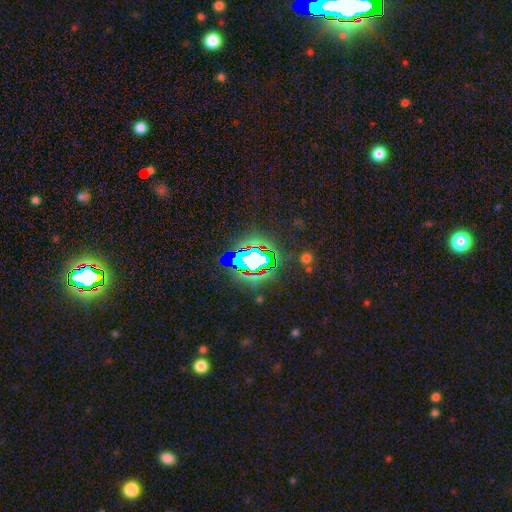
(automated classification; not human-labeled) smooth-or-featured: star or artifact: 69% | smooth: 18% | featured or disk: 13%